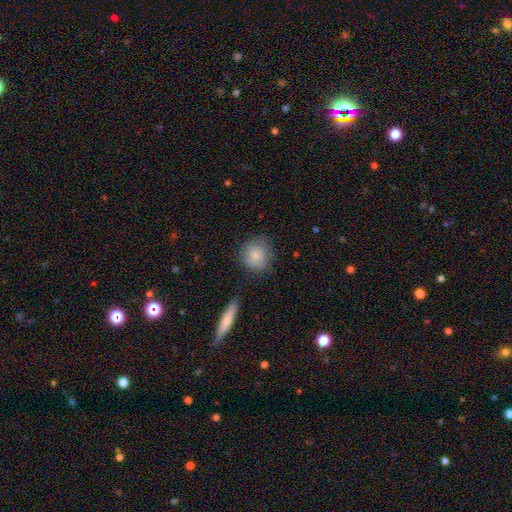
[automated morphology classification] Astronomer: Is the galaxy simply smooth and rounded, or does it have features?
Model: smooth — 80%.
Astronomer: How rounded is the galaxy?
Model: round — 80%.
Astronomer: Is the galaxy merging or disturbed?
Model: none — 69%.